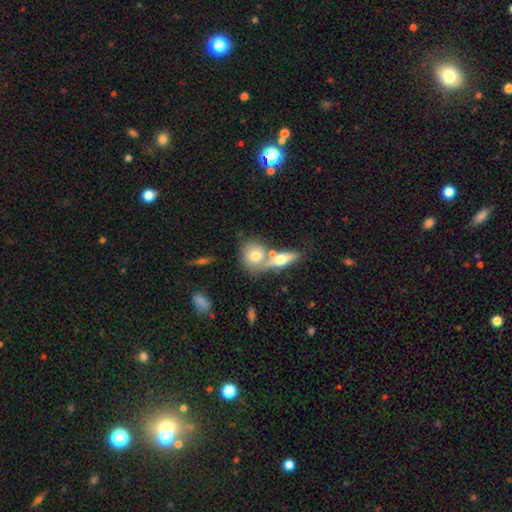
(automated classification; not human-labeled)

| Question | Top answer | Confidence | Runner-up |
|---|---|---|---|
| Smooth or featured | smooth | 66% | featured or disk (27%) |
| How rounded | round | 56% | in between (37%) |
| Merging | merger | 51% | none (36%) |